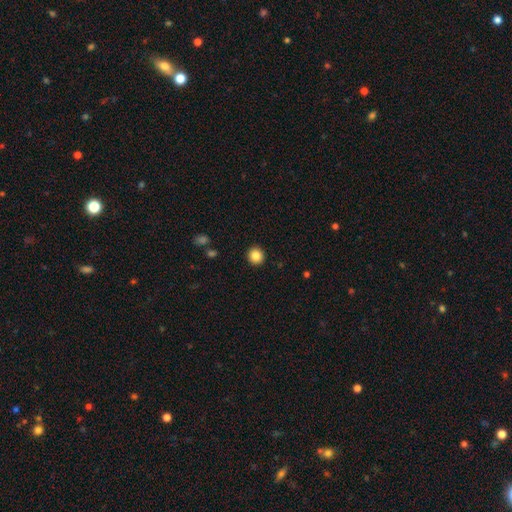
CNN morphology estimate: type=smooth (85%); roundness=round (92%); merging=none (93%).